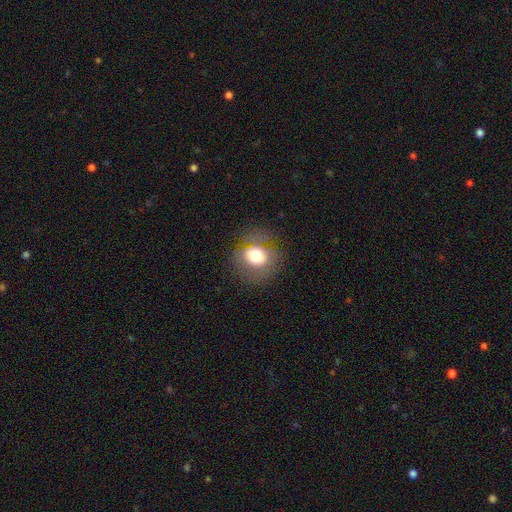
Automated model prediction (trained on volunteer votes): Smooth or featured?
  - smooth: 69% *
  - featured or disk: 19%
  - star or artifact: 12%
How rounded?
  - round: 73% *
  - in between: 25%
  - cigar-shaped: 1%
Merging?
  - none: 68% *
  - minor disturbance: 19%
  - major disturbance: 11%
  - merger: 2%